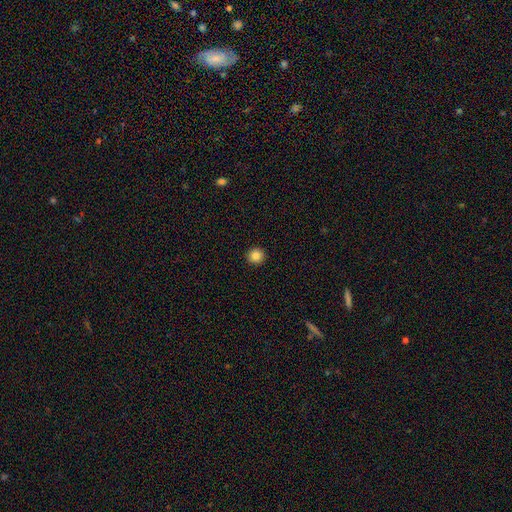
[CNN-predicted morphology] This is clearly a smooth galaxy (85%). How rounded: clearly round (95%). Merging: clearly none (93%).